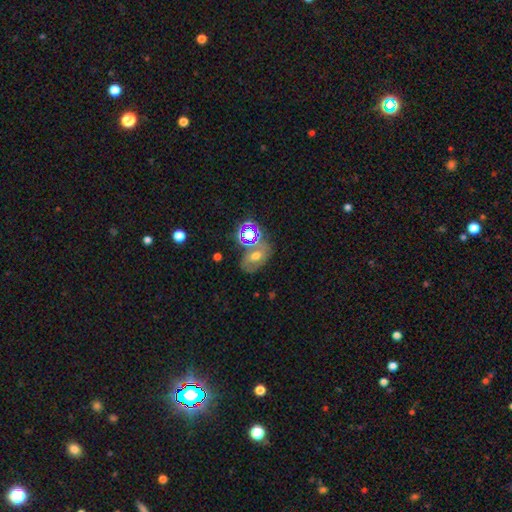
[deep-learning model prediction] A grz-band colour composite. It shows a smooth galaxy with no disk features (40%). Merging: none (54%).